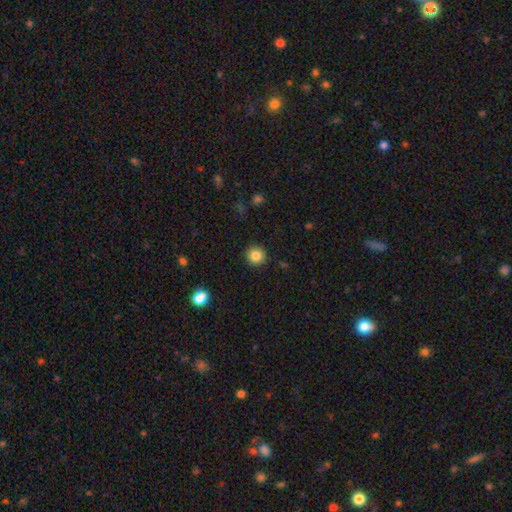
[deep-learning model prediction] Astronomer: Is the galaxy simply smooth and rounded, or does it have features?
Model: smooth — 84%.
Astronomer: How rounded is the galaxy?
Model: round — 95%.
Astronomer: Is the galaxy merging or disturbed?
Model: none — 91%.